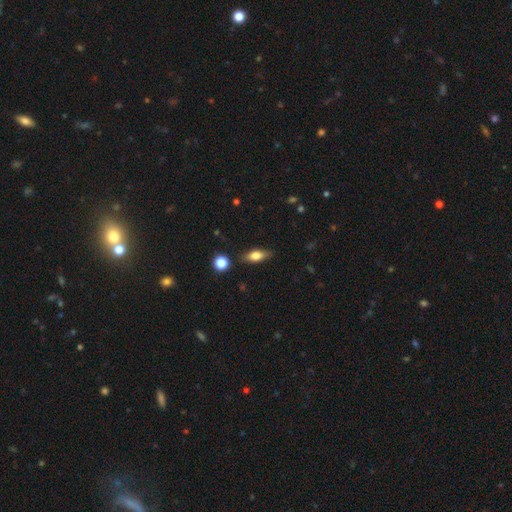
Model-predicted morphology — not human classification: Overall: smooth (70%). How rounded: in between (75%). Merging: none (81%).